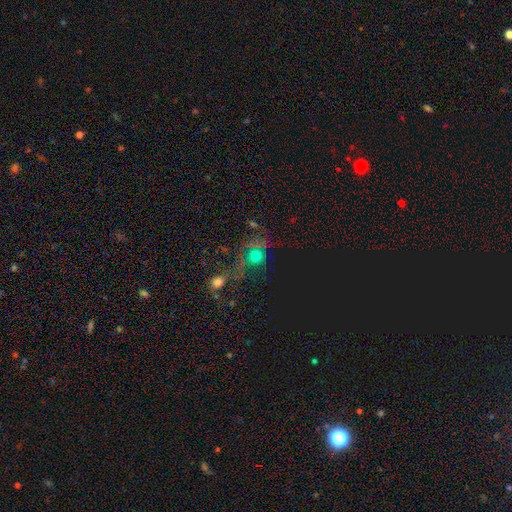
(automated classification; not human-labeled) smooth 49%, star or artifact 38%, featured or disk 14%. Down the decision tree: merging — none (48%).